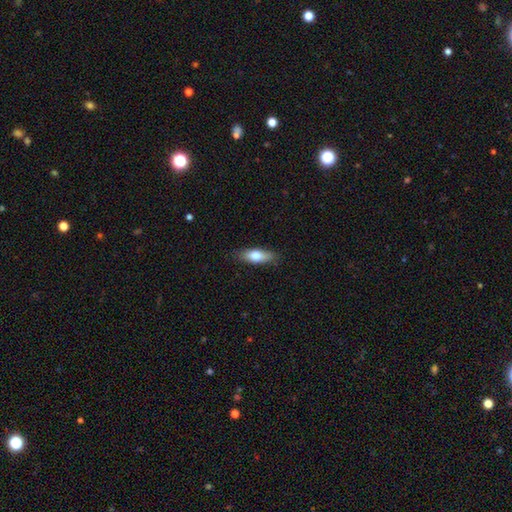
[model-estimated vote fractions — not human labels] The model was most divided on "how rounded": in between: 68%, cigar-shaped: 29%, round: 3%. More confident: merging — none (85%); smooth or featured — smooth (71%).